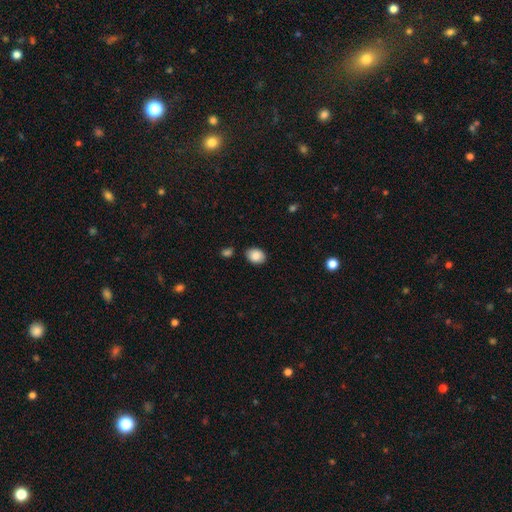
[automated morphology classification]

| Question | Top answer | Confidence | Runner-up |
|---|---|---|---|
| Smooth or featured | smooth | 87% | star or artifact (8%) |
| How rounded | in between | 71% | round (28%) |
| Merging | none | 84% | minor disturbance (11%) |